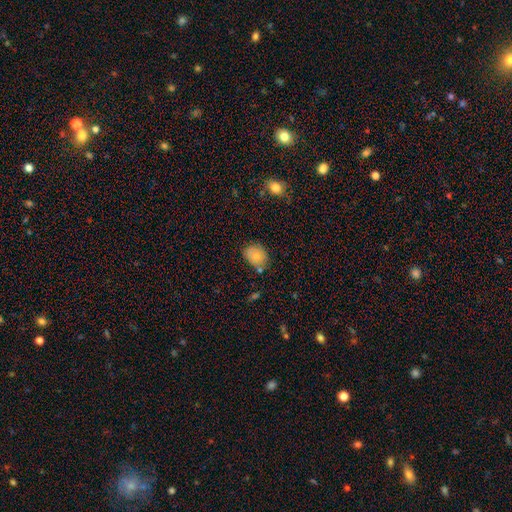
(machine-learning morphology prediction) type=smooth (79%); roundness=in between (56%); merging=none (64%).